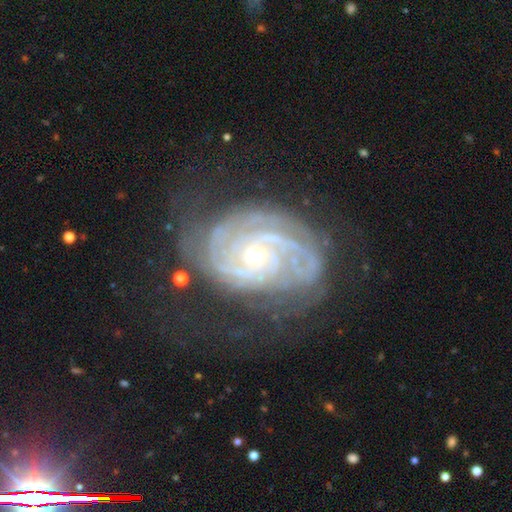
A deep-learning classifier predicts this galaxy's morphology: The model was most divided on "spiral arm count": 2: 29%, can't tell: 23%, 3: 21%, 4: 13%, more than 4: 8%, 1: 7%. More confident: spiral arms — yes (98%); edge-on disk — no (97%); smooth or featured — featured or disk (90%); bar — no (74%); spiral winding — tight (72%); merging — none (61%); bulge size — small (58%).